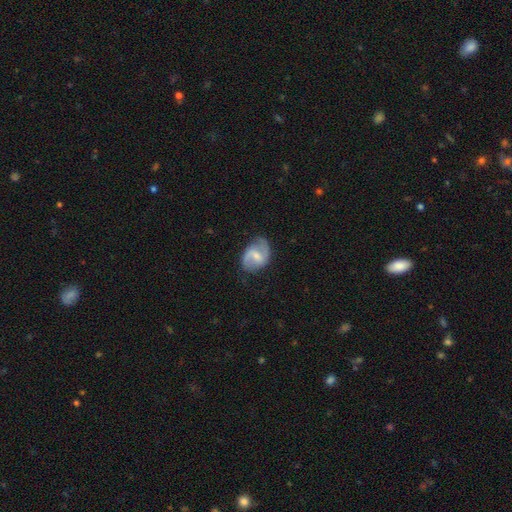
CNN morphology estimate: featured or disk 76%, smooth 18%, star or artifact 6%. Down the decision tree: edge-on disk — no (97%); bar — weak (56%); spiral arms — yes (91%); spiral arm count — 2 (87%); spiral winding — loose (44%); bulge size — small (48%); merging — none (70%).